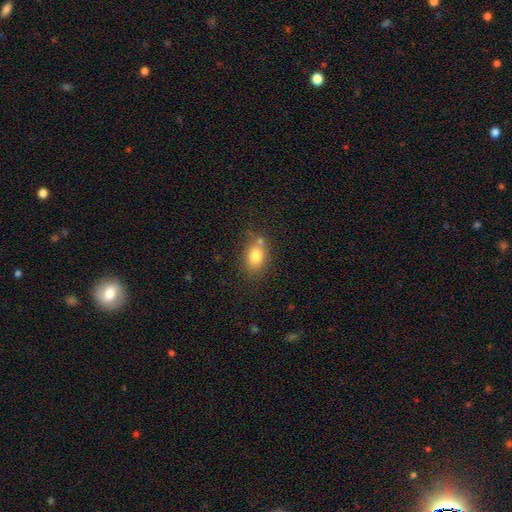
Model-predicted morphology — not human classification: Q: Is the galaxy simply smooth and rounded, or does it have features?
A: smooth — 79%.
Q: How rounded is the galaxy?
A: in between — 72%.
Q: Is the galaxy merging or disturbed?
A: none — 63%.